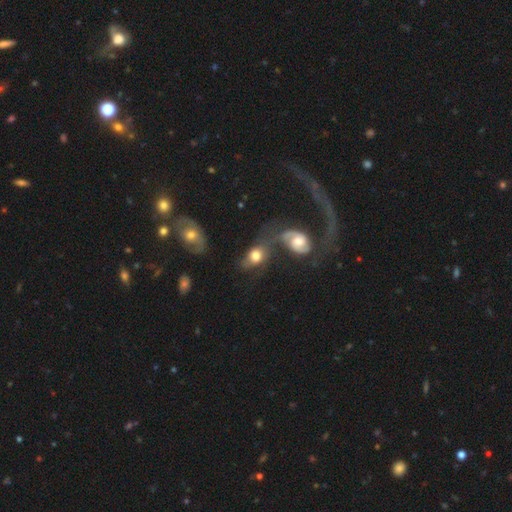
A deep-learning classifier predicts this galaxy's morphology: A smooth galaxy with no disk features (53%) that is in between round and cigar-shaped (71%).

Vote fractions:
- Smooth or featured? smooth: 53% / featured or disk: 38% / star or artifact: 9%
- How rounded? in between: 71% / round: 26% / cigar-shaped: 2%
- Merging? merger: 43% / none: 28% / minor disturbance: 15% / major disturbance: 14%